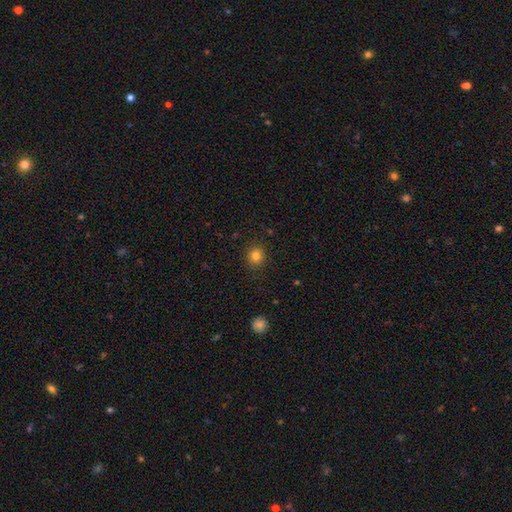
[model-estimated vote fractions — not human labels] The model was most divided on "smooth or featured": smooth: 83%, star or artifact: 12%, featured or disk: 5%. More confident: merging — none (88%); how rounded — round (85%).